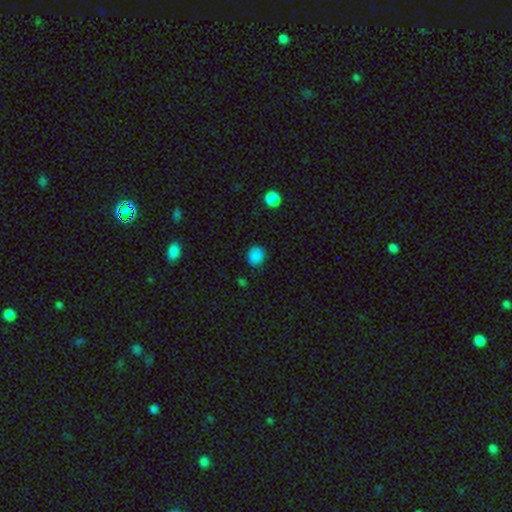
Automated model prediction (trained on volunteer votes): Smooth or featured?
  - smooth: 85% *
  - star or artifact: 12%
  - featured or disk: 3%
How rounded?
  - round: 69% *
  - in between: 30%
  - cigar-shaped: 1%
Merging?
  - none: 86% *
  - minor disturbance: 10%
  - major disturbance: 3%
  - merger: 1%